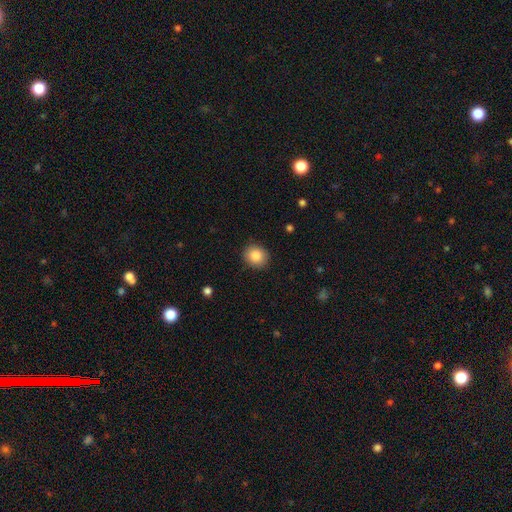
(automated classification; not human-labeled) smooth-or-featured: smooth: 86% | star or artifact: 9% | featured or disk: 5%
  how-rounded: round: 83% | in between: 16% | cigar-shaped: 1%
  merging: none: 90% | minor disturbance: 7% | major disturbance: 2% | merger: 1%